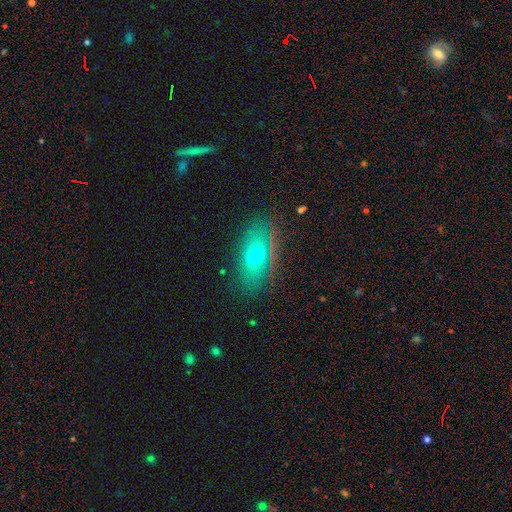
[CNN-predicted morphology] Smooth or featured?
  - smooth: 62% *
  - featured or disk: 25%
  - star or artifact: 13%
How rounded?
  - in between: 83% *
  - round: 9%
  - cigar-shaped: 9%
Merging?
  - none: 79% *
  - minor disturbance: 15%
  - major disturbance: 5%
  - merger: 2%